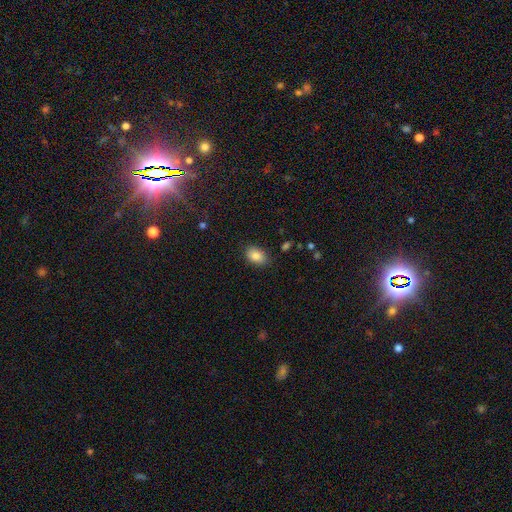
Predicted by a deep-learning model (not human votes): Smooth or featured? smooth (86%)
How rounded? in between (86%)
Merging? none (84%)